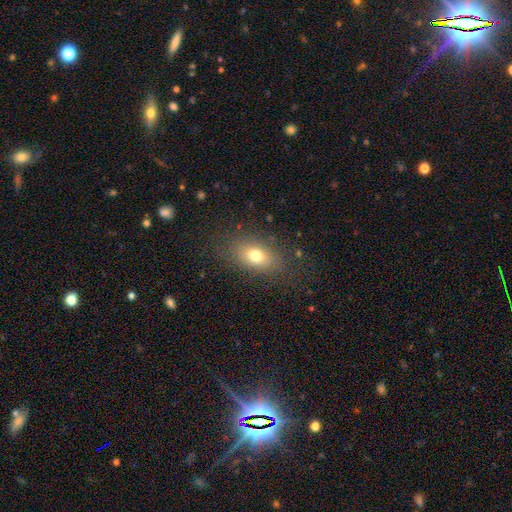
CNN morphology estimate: Overall: smooth (75%). How rounded: in between (81%). Merging: none (81%).